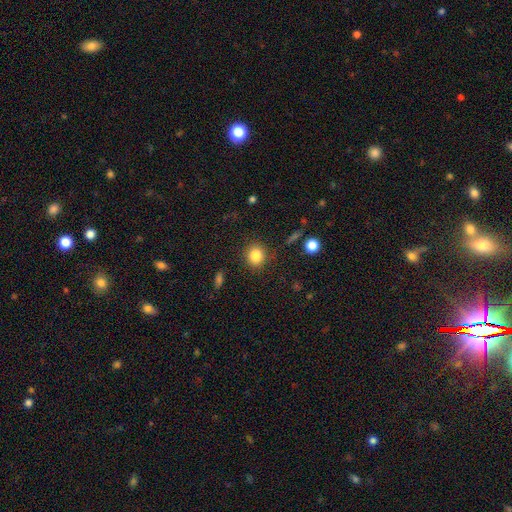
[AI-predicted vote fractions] smooth 84%, star or artifact 10%, featured or disk 6%. Down the decision tree: how rounded — round (81%); merging — none (87%).